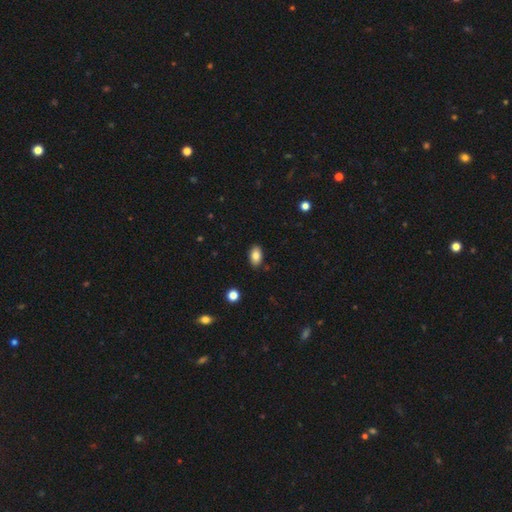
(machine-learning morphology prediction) Overall: smooth (84%). How rounded: in between (92%). Merging: none (87%).